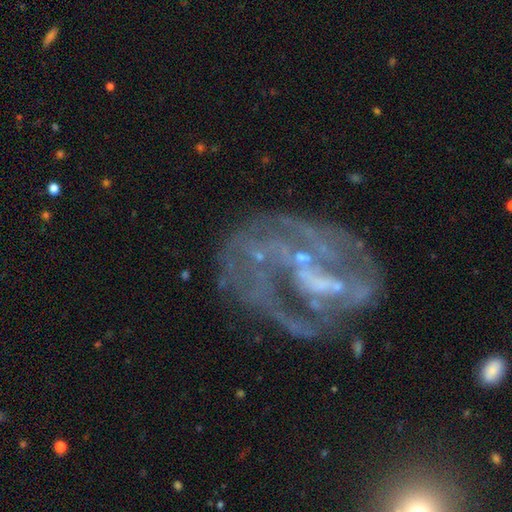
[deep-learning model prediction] This is likely a featured or disk galaxy (78%). It is clearly not viewed edge-on (97%). Bar: possibly no (56%). Spiral arm pattern: possibly yes (54%). Central bulge: possibly none (51%). Merging: marginally none (39%).